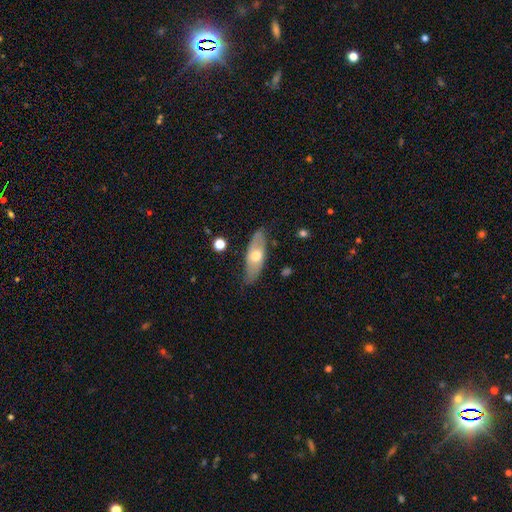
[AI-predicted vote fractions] Smooth or featured? Predicted: smooth (p=0.54). How rounded? Predicted: in between (p=0.72). Merging? Predicted: none (p=0.76).